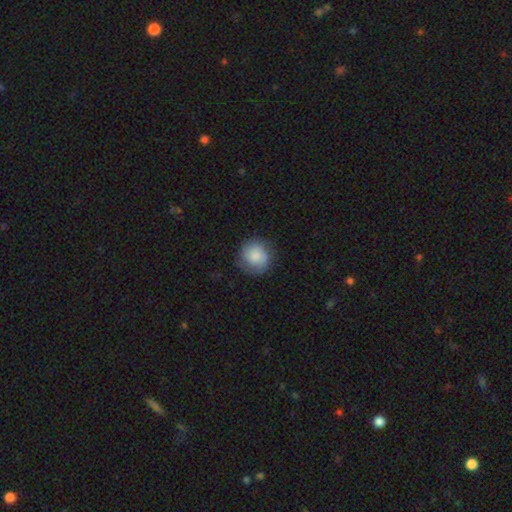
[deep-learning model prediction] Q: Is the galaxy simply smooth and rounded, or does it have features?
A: smooth — 77%.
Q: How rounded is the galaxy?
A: round — 88%.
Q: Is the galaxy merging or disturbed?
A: none — 75%.